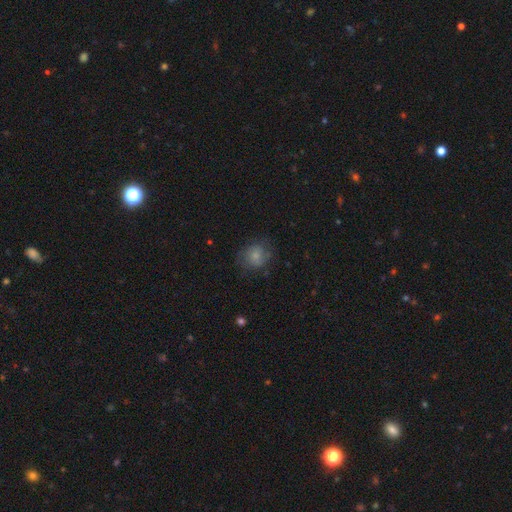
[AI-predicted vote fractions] Overall: smooth (71%). How rounded: round (75%). Merging: none (67%).